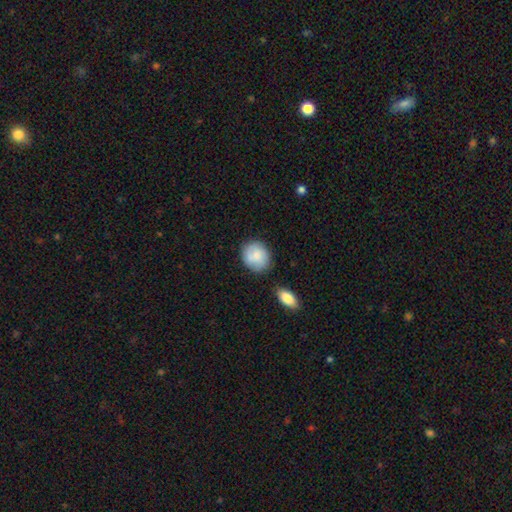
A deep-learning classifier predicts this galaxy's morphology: The model was most divided on "how rounded": round: 76%, in between: 23%, cigar-shaped: 1%. More confident: smooth or featured — smooth (77%); merging — none (73%).